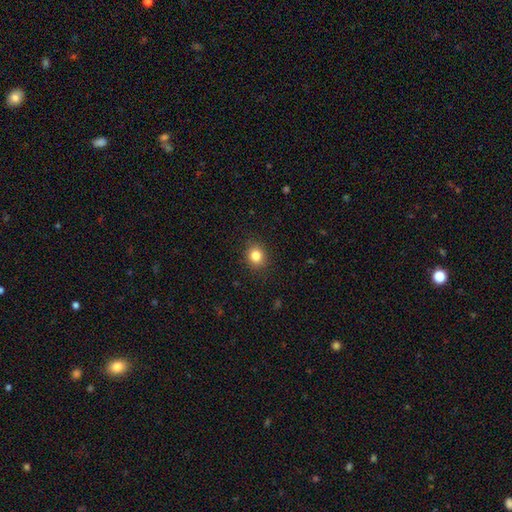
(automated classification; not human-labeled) smooth-or-featured: smooth: 83% | star or artifact: 11% | featured or disk: 6%
  how-rounded: round: 74% | in between: 25% | cigar-shaped: 1%
  merging: none: 89% | minor disturbance: 8% | major disturbance: 2% | merger: 1%